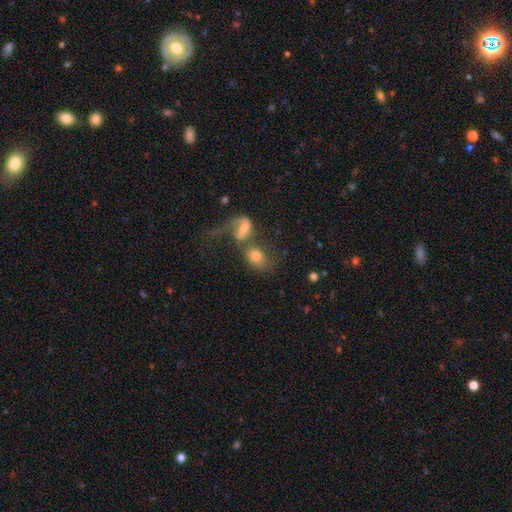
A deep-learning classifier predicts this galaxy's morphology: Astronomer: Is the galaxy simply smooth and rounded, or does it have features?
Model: smooth — 66%.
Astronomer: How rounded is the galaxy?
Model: in between — 76%.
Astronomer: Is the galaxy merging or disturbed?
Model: merger — 59%.